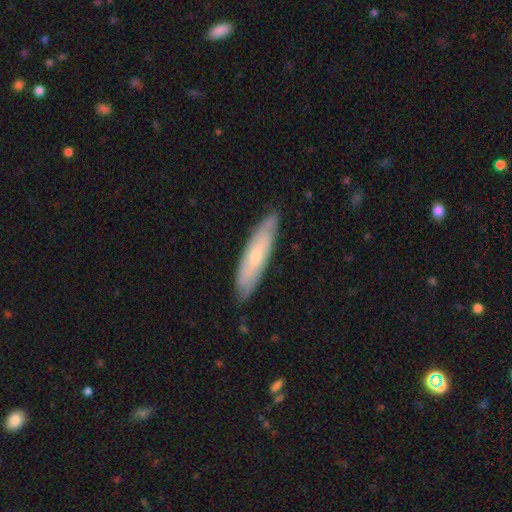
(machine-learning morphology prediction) Smooth or featured: featured or disk — 49% (smooth — 46%)
Merging: none — 83% (minor disturbance — 14%)